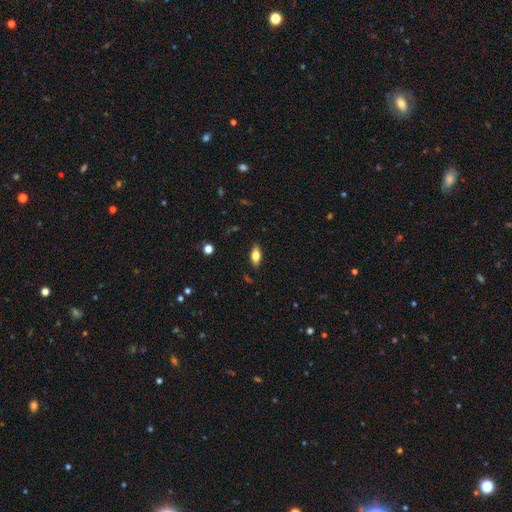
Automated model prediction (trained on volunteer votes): Morphology: type=smooth (68%); roundness=in between (83%); merging=none (85%).